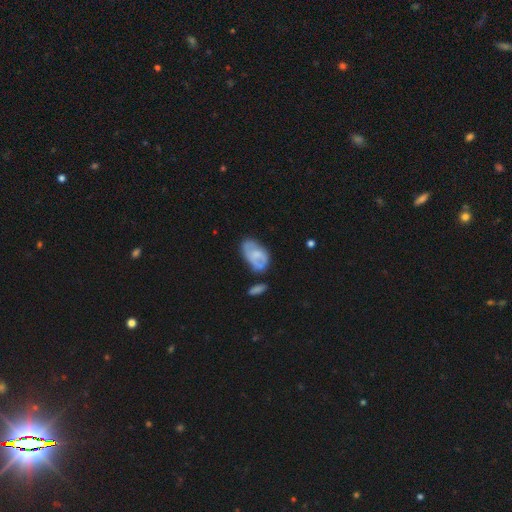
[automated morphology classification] smooth-or-featured: featured or disk: 47% | smooth: 46% | star or artifact: 7%
  merging: none: 47% | minor disturbance: 29% | major disturbance: 14% | merger: 11%